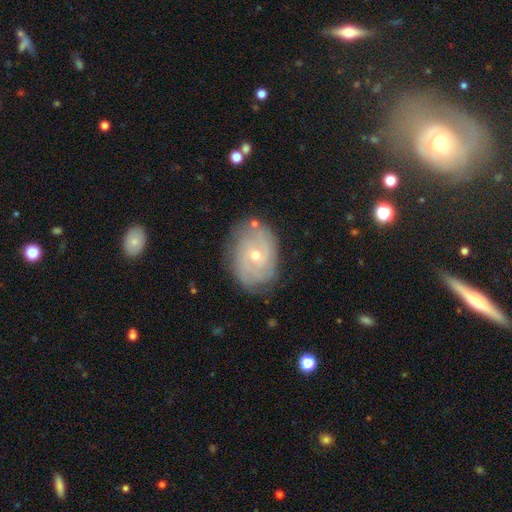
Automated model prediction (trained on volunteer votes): The model was most divided on "spiral arm count": can't tell: 41%, 2: 25%, 3: 15%, 4: 9%, more than 4: 5%, 1: 5%. More confident: edge-on disk — no (96%); spiral arms — yes (88%); merging — none (77%); smooth or featured — featured or disk (75%); bar — no (71%); spiral winding — tight (67%); bulge size — small (60%).